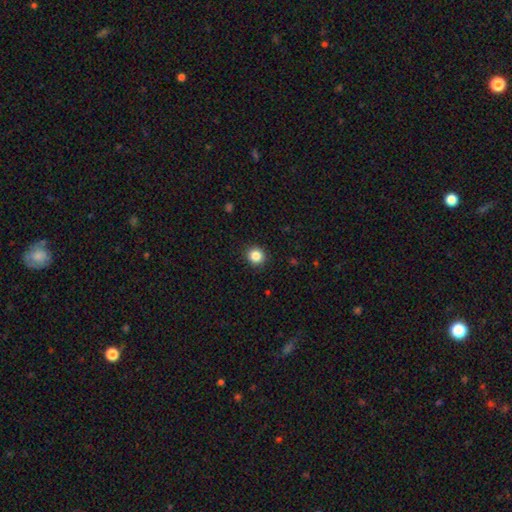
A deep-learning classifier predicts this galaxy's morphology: This appears to be a smooth galaxy with no disk features (85%) that is round (90%). Merging: none (92%).